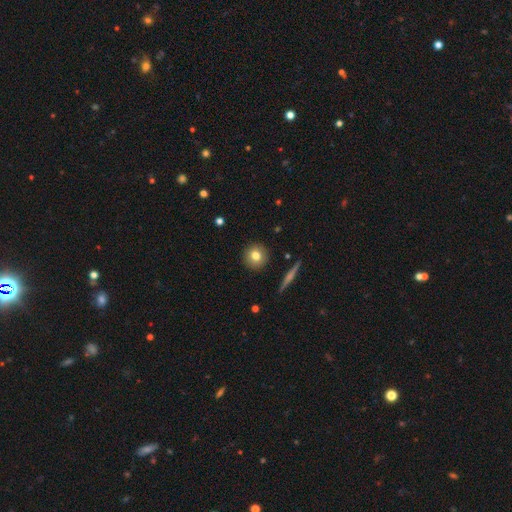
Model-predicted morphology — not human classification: smooth-or-featured: smooth: 77% | featured or disk: 14% | star or artifact: 9%
  how-rounded: round: 93% | in between: 6% | cigar-shaped: 1%
  merging: none: 91% | minor disturbance: 6% | major disturbance: 2% | merger: 1%